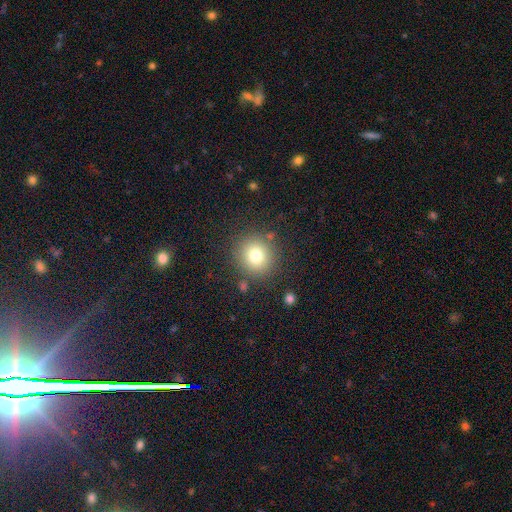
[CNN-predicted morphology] Q: Smooth or featured?
A: smooth (78%); runner-up: star or artifact (13%)
Q: How rounded?
A: round (91%); runner-up: in between (8%)
Q: Merging?
A: none (85%); runner-up: minor disturbance (8%)